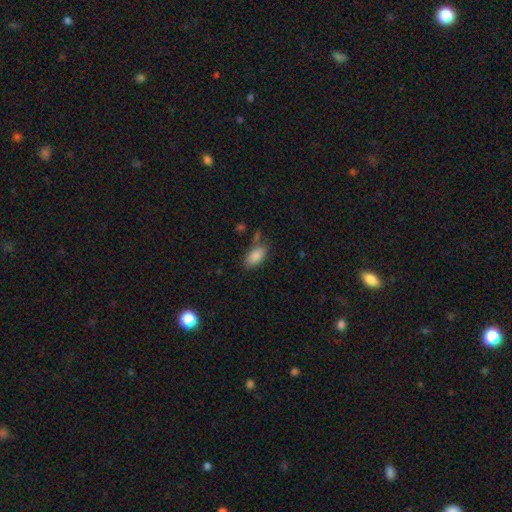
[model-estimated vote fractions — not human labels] Smooth or featured: smooth — 87% (star or artifact — 8%)
How rounded: in between — 93% (round — 4%)
Merging: none — 69% (minor disturbance — 18%)